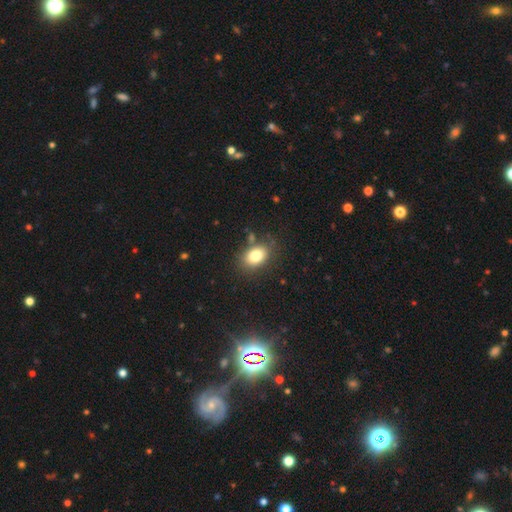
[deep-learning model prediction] This is clearly a smooth galaxy (81%). How rounded: likely in between (76%). Merging: likely none (79%).